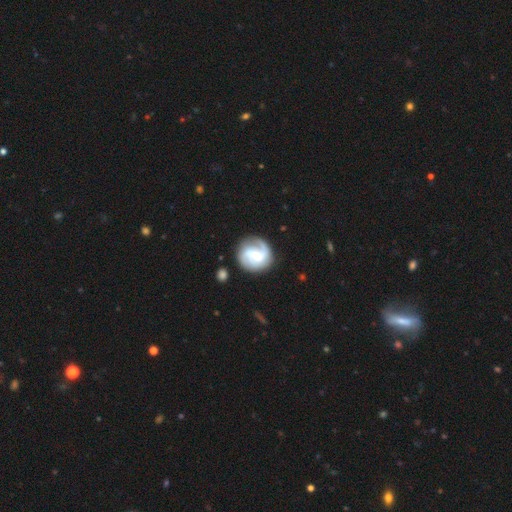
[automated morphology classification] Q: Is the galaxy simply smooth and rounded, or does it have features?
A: featured or disk — 76%.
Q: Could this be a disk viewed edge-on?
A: no — 98%.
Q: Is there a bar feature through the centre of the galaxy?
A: weak — 48%.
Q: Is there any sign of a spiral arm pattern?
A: yes — 94%.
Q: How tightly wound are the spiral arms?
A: medium — 42%.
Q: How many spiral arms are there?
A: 2 — 66%.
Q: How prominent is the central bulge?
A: small — 51%.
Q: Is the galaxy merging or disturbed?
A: none — 75%.